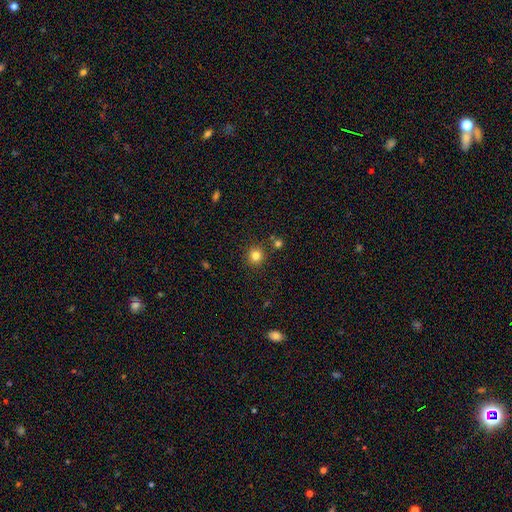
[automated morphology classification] This is clearly a smooth galaxy (82%). How rounded: clearly round (93%). Merging: clearly none (88%).